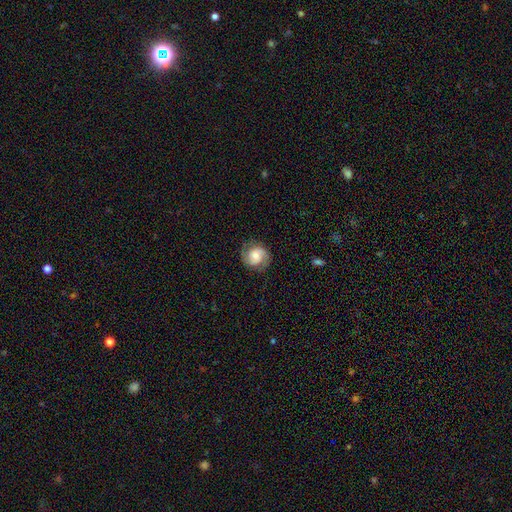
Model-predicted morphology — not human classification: This appears to be a featured or disk galaxy (68%) with no bar (56%), 2 (89%) medium (46%) spiral arms (94%) and a moderate central bulge (49%). Merging: none (81%).